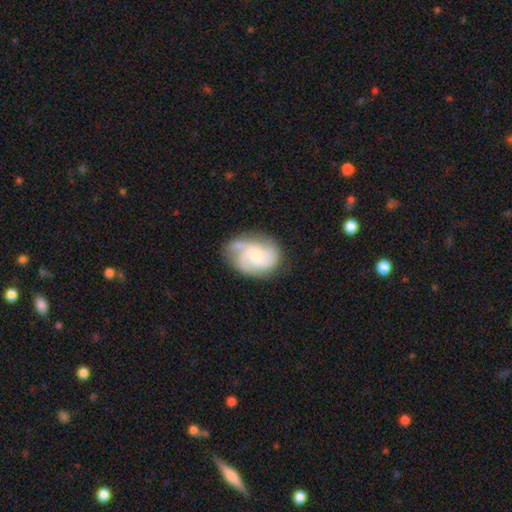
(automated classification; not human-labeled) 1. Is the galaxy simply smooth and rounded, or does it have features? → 70% featured or disk, 24% smooth, 7% star or artifact.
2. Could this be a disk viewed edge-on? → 98% no, 2% yes.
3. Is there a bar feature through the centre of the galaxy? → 69% no, 27% weak, 4% strong.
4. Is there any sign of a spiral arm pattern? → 92% yes, 8% no.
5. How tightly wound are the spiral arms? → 45% medium, 37% tight, 17% loose.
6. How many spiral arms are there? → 41% 3, 29% 2, 17% can't tell, 6% 4, 5% 1, 3% more than 4.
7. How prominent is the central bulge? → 58% small, 32% moderate, 5% none, 4% large, 1% dominant.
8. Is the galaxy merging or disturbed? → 55% none, 26% minor disturbance, 13% major disturbance, 7% merger.